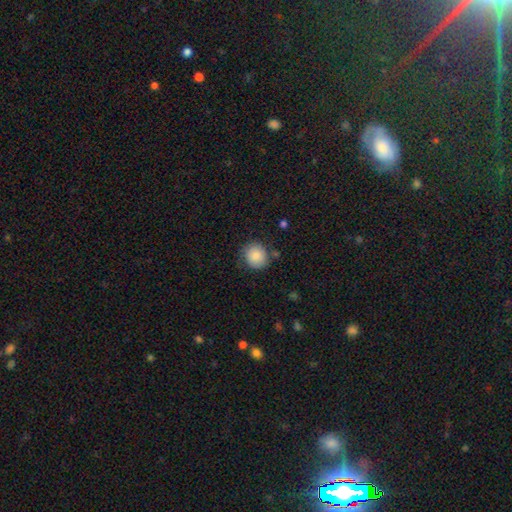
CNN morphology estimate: A smooth galaxy with no disk features (85%) that is round (85%). Merging: none (77%).